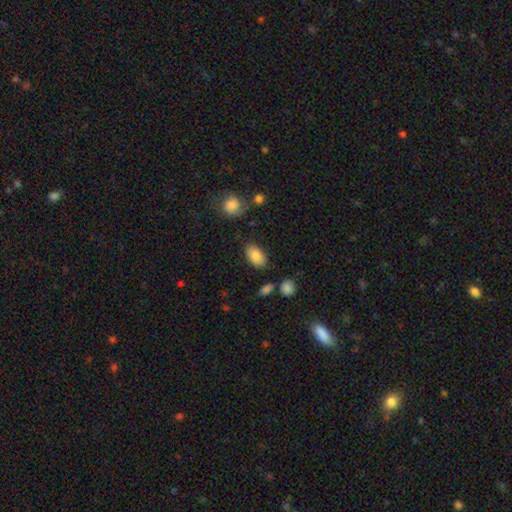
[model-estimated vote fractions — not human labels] Smooth or featured?
  - smooth: 83% *
  - featured or disk: 10%
  - star or artifact: 7%
How rounded?
  - in between: 92% *
  - round: 6%
  - cigar-shaped: 2%
Merging?
  - none: 81% *
  - minor disturbance: 13%
  - major disturbance: 3%
  - merger: 3%